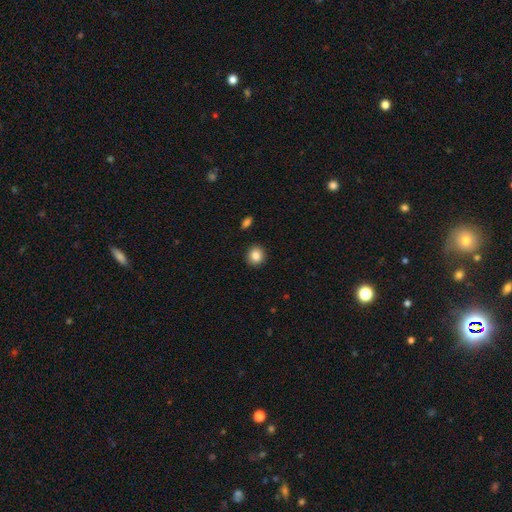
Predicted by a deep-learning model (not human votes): Smooth or featured? Predicted: smooth (p=0.86). How rounded? Predicted: round (p=0.85). Merging? Predicted: none (p=0.91).